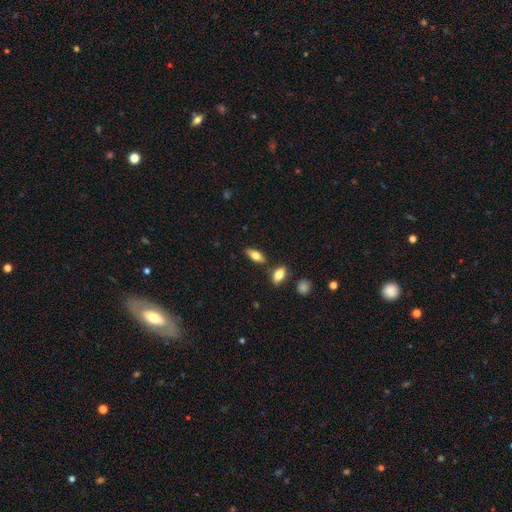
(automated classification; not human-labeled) Q: Smooth or featured?
A: smooth (72%); runner-up: featured or disk (21%)
Q: How rounded?
A: in between (80%); runner-up: cigar-shaped (17%)
Q: Merging?
A: none (77%); runner-up: minor disturbance (12%)